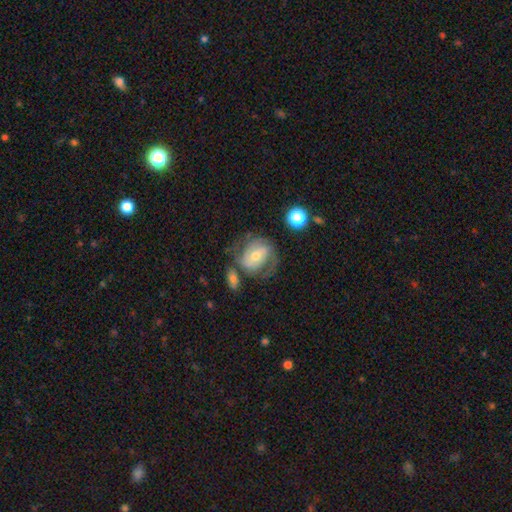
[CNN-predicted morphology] smooth-or-featured: featured or disk: 68% | smooth: 25% | star or artifact: 7%
  disk-edge-on: no: 97% | yes: 3%
    bar: weak: 41% | no: 38% | strong: 20%
    has-spiral-arms: yes: 85% | no: 15%
      spiral-winding: medium: 44% | tight: 35% | loose: 21%
      spiral-arm-count: 2: 68% | can't tell: 17% | 1: 6% | 3: 5% | 4: 2% | more than 4: 1%
    bulge-size: moderate: 57% | small: 36% | large: 4% | none: 1% | dominant: 1%
  merging: none: 51% | minor disturbance: 21% | major disturbance: 19% | merger: 9%